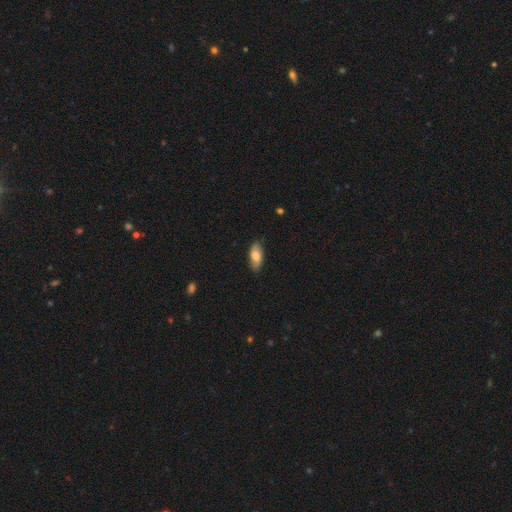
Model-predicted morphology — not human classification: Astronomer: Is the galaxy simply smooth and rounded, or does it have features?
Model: smooth — 71%.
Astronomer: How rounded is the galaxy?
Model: in between — 86%.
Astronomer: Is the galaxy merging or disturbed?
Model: none — 81%.